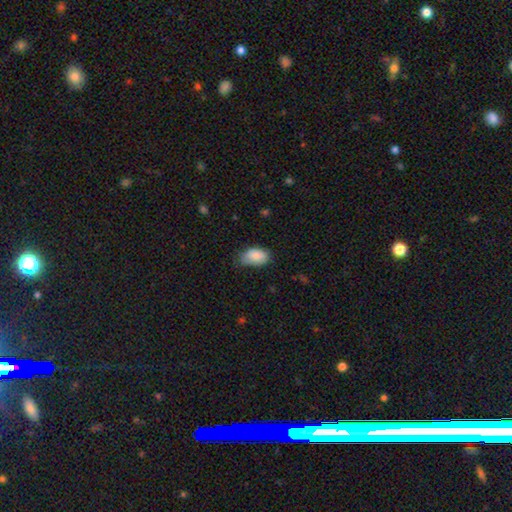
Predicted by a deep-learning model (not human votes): Q: Smooth or featured?
A: smooth (86%); runner-up: featured or disk (7%)
Q: How rounded?
A: in between (92%); runner-up: round (7%)
Q: Merging?
A: none (51%); runner-up: minor disturbance (38%)